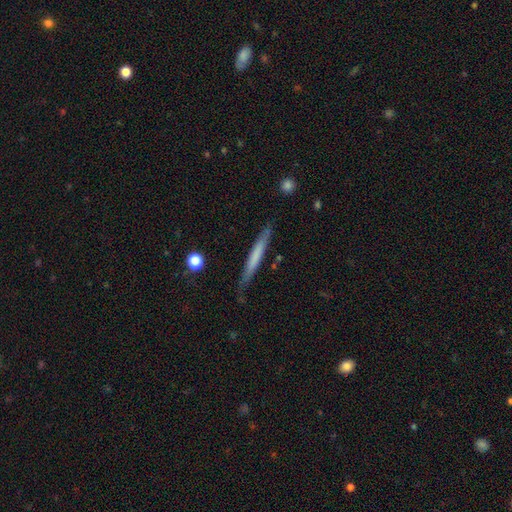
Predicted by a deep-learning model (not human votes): smooth 58%, featured or disk 37%, star or artifact 6%. Down the decision tree: how rounded — cigar-shaped (96%); merging — none (84%).